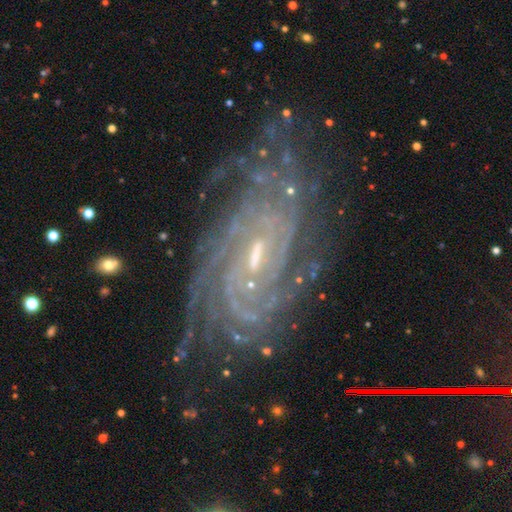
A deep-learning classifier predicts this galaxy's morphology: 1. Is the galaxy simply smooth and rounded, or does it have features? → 88% featured or disk, 8% star or artifact, 4% smooth.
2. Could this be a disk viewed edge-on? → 96% no, 4% yes.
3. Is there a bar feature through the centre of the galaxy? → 46% weak, 33% no, 21% strong.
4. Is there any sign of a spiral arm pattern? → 98% yes, 2% no.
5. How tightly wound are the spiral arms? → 76% tight, 20% medium, 4% loose.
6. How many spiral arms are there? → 25% can't tell, 19% 4, 18% more than 4, 16% 2, 14% 3, 8% 1.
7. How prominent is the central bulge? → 72% small, 22% moderate, 4% none, 1% large, 1% dominant.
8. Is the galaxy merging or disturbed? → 76% none, 16% minor disturbance, 6% major disturbance, 2% merger.